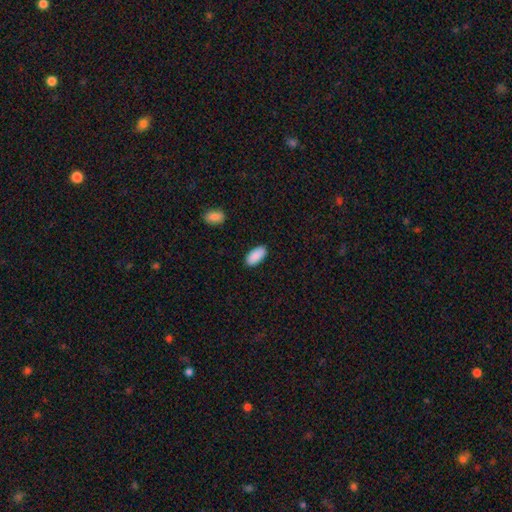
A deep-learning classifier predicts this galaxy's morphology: Smooth or featured? smooth (91%)
How rounded? in between (91%)
Merging? none (89%)